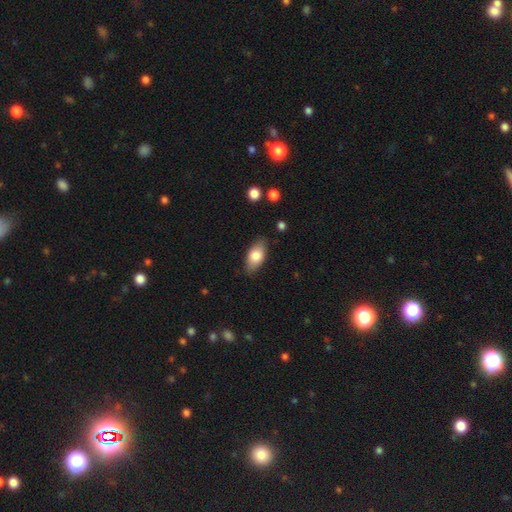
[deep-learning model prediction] Smooth or featured? Predicted: smooth (p=0.79). How rounded? Predicted: in between (p=0.90). Merging? Predicted: none (p=0.83).